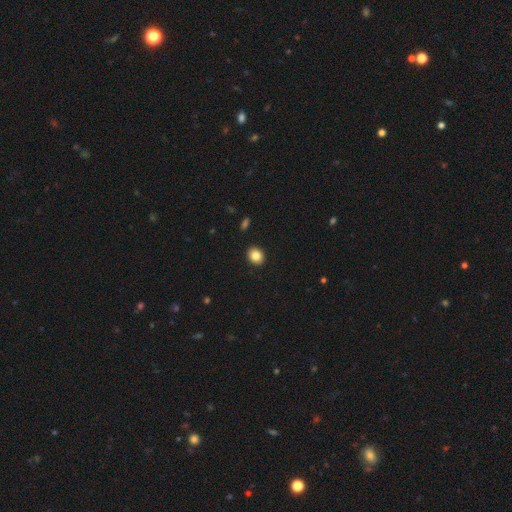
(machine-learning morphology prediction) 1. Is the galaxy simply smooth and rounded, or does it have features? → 84% smooth, 9% star or artifact, 7% featured or disk.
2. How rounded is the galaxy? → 57% round, 42% in between, 1% cigar-shaped.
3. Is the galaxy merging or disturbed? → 91% none, 6% minor disturbance, 2% major disturbance, 1% merger.